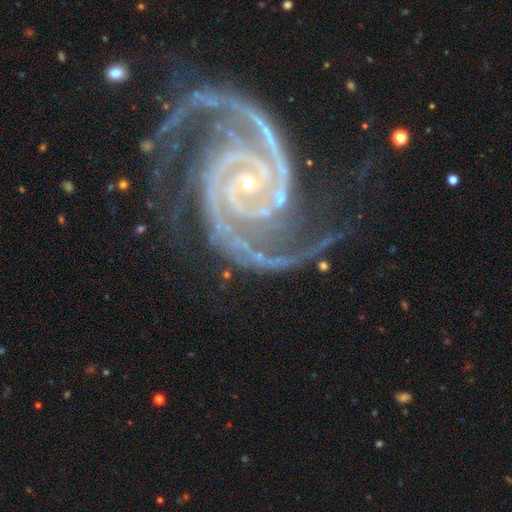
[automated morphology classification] Smooth or featured?
  - featured or disk: 93% *
  - star or artifact: 5%
  - smooth: 2%
Edge-on disk?
  - no: 98% *
  - yes: 2%
Bar?
  - no: 64% *
  - weak: 21%
  - strong: 15%
Spiral arms?
  - yes: 99% *
  - no: 1%
Spiral winding?
  - tight: 59% *
  - medium: 35%
  - loose: 6%
Spiral arm count?
  - 2: 71% *
  - 3: 10%
  - can't tell: 5%
  - 4: 5%
  - more than 4: 4%
  - 1: 4%
Bulge size?
  - small: 86% *
  - moderate: 10%
  - none: 2%
  - large: 1%
  - dominant: 1%
Merging?
  - none: 57% *
  - minor disturbance: 21%
  - major disturbance: 17%
  - merger: 6%